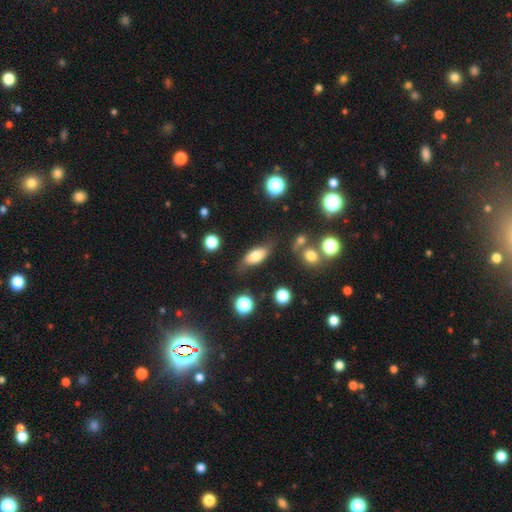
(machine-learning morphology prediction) Smooth or featured: smooth — 69% (featured or disk — 22%)
How rounded: in between — 81% (cigar-shaped — 14%)
Merging: none — 68% (minor disturbance — 20%)